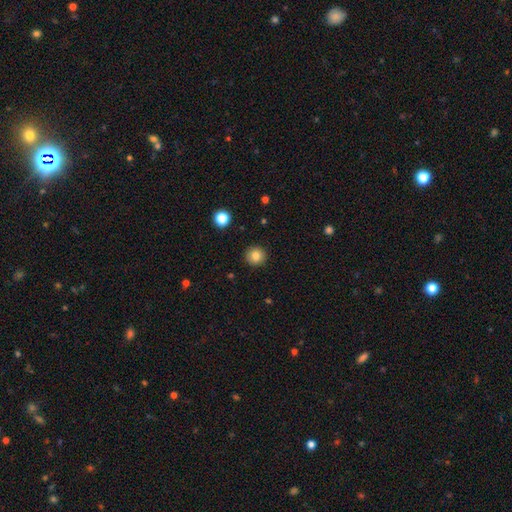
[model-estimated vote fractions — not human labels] A smooth galaxy with no disk features (83%) that is round (94%). Merging: none (92%).